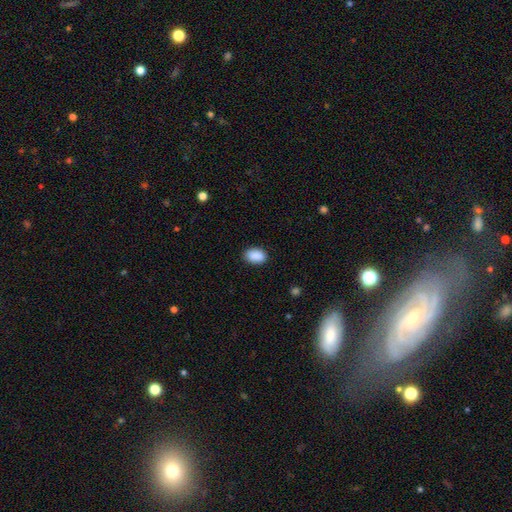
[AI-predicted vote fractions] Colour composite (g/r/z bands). It shows a smooth galaxy with no disk features (90%) that is in between round and cigar-shaped (89%). Merging: none (88%).